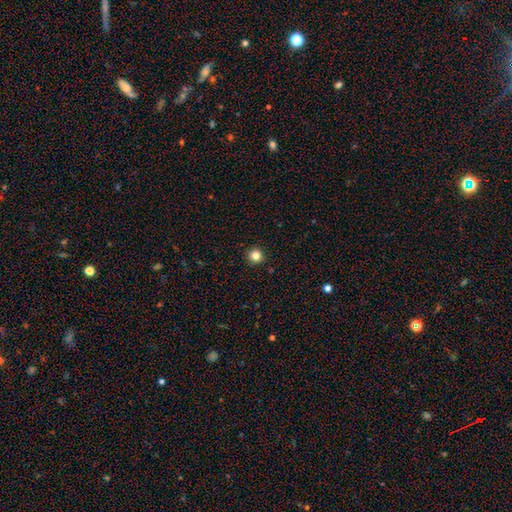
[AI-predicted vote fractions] This appears to be a smooth galaxy with no disk features (83%) that is round (95%). Merging: none (93%).